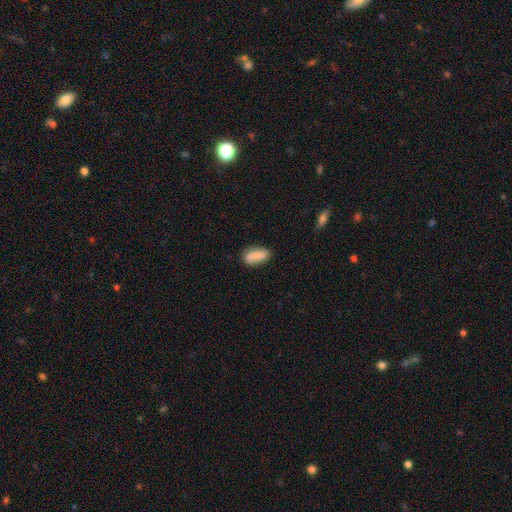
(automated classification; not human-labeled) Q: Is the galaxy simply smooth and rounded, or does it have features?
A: smooth — 81%.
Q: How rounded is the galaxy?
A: in between — 79%.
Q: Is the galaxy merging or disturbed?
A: none — 75%.